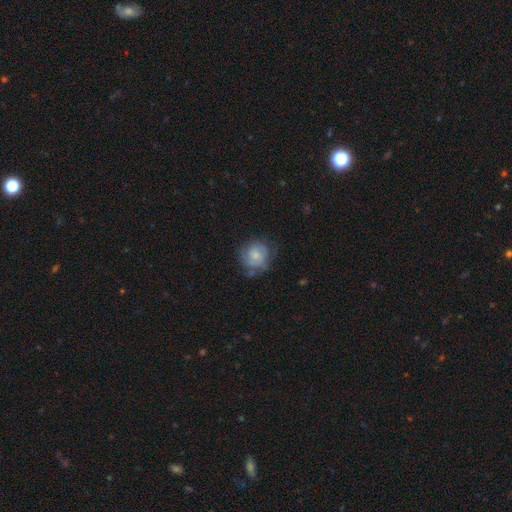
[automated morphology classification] This is possibly a smooth galaxy (58%). How rounded: clearly round (85%). Merging: possibly none (59%).